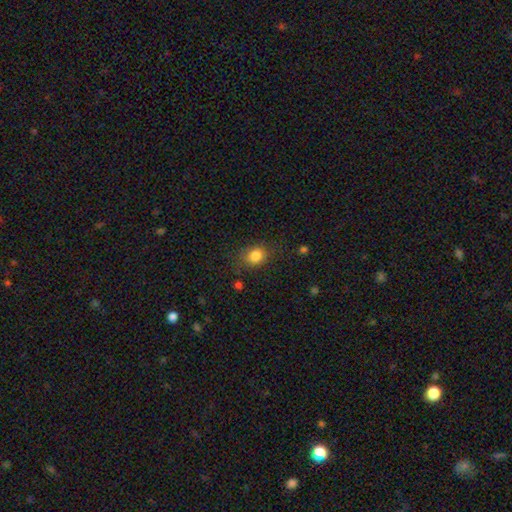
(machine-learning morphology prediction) smooth_or_featured: smooth (p=0.84) [alt: star or artifact p=0.10]
how_rounded: round (p=0.59) [alt: in between p=0.40]
merging: none (p=0.75) [alt: minor disturbance p=0.17]